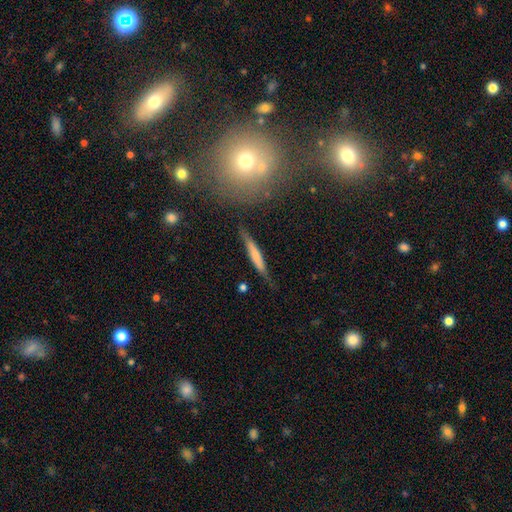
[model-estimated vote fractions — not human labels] Overall: smooth (55%; featured or disk 39%). How rounded: cigar-shaped (93%). Merging: none (72%).